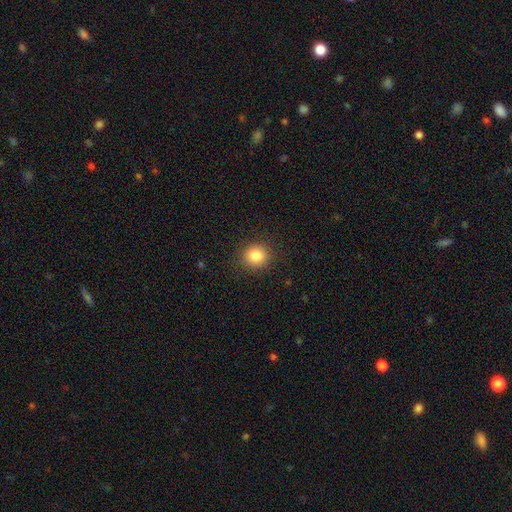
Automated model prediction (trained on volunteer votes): smooth_or_featured: smooth (p=0.84) [alt: star or artifact p=0.10]
how_rounded: round (p=0.87) [alt: in between p=0.12]
merging: none (p=0.90) [alt: minor disturbance p=0.07]